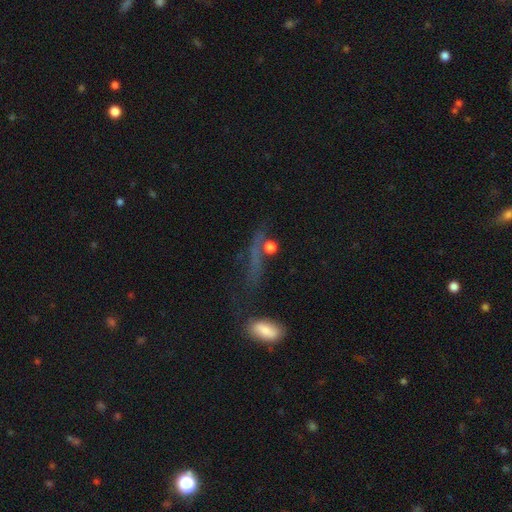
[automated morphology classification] type=smooth (35%); merging=none (49%).